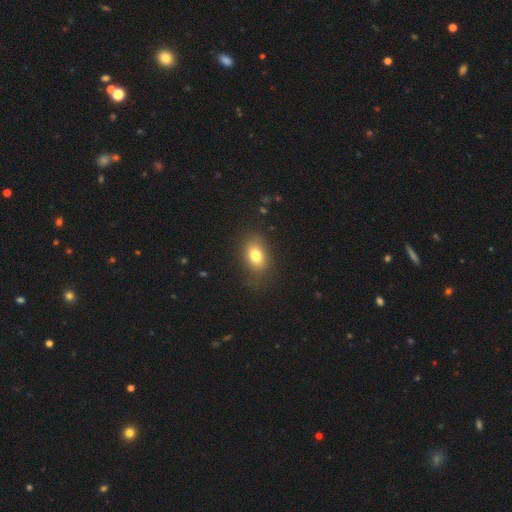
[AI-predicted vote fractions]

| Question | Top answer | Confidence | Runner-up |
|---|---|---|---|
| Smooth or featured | smooth | 78% | featured or disk (12%) |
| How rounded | in between | 78% | round (21%) |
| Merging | none | 80% | minor disturbance (14%) |